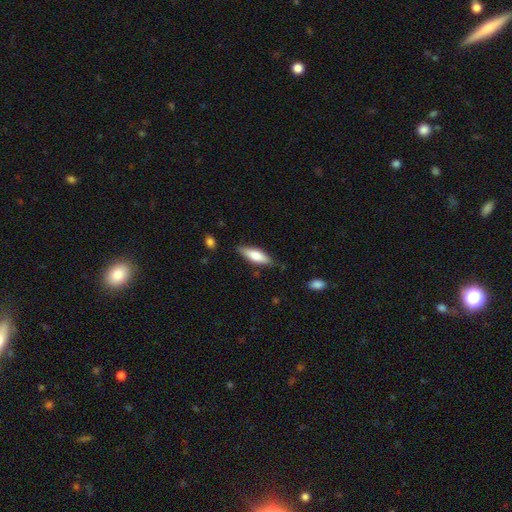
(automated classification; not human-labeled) A smooth galaxy with no disk features (69%) that is in between round and cigar-shaped (54%).

Vote fractions:
- Smooth or featured? smooth: 69% / featured or disk: 25% / star or artifact: 6%
- How rounded? in between: 54% / cigar-shaped: 44% / round: 2%
- Merging? none: 82% / minor disturbance: 14% / major disturbance: 3% / merger: 2%